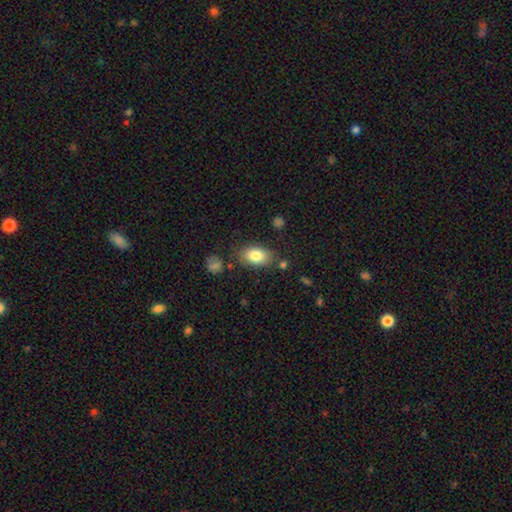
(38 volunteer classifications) A smooth galaxy with no disk features (84%) that is in between round and cigar-shaped (88%). Merging: none (86%).